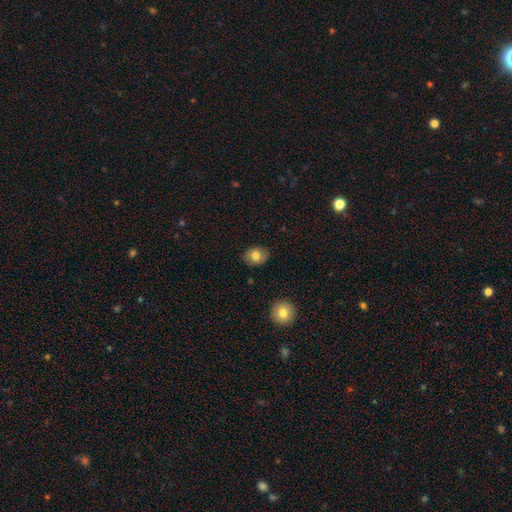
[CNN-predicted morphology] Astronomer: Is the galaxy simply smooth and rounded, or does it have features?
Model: smooth — 78%.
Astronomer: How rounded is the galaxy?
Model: in between — 54% (runner-up: round, 45%).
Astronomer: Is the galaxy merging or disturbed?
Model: none — 87%.